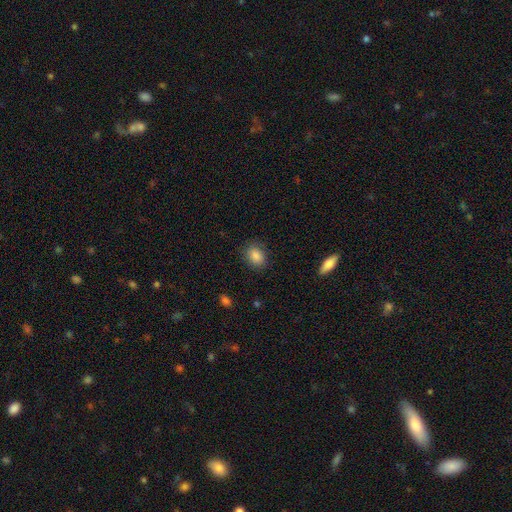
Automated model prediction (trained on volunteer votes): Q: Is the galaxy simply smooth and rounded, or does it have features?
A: smooth — 87%.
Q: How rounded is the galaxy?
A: in between — 61%.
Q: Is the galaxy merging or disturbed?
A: none — 85%.